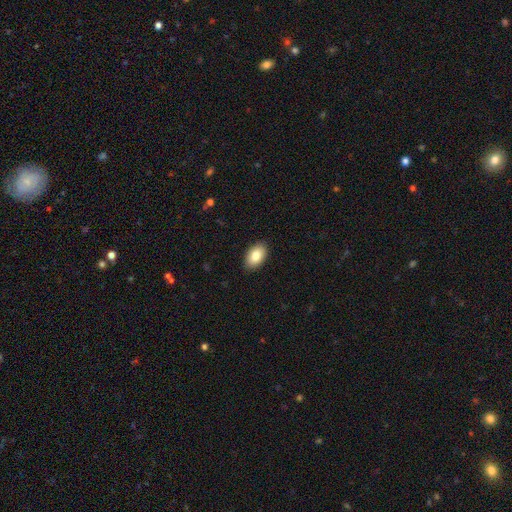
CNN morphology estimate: A smooth galaxy with no disk features (84%) that is in between round and cigar-shaped (93%).

Vote fractions:
- Smooth or featured? smooth: 84% / featured or disk: 9% / star or artifact: 7%
- How rounded? in between: 93% / round: 6% / cigar-shaped: 1%
- Merging? none: 89% / minor disturbance: 8% / major disturbance: 2% / merger: 1%